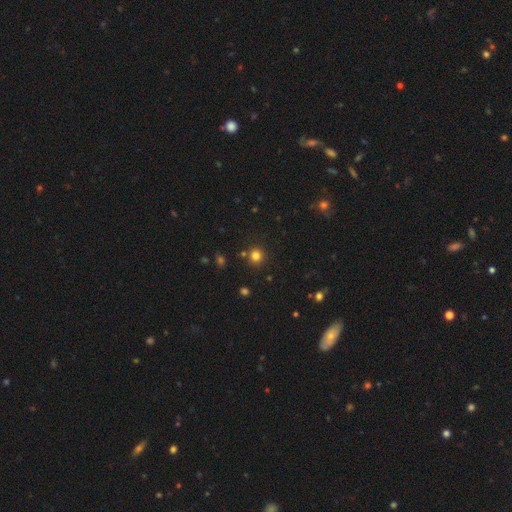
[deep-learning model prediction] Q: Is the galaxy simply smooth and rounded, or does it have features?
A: smooth — 79%.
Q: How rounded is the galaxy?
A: round — 93%.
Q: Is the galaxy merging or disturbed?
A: none — 85%.